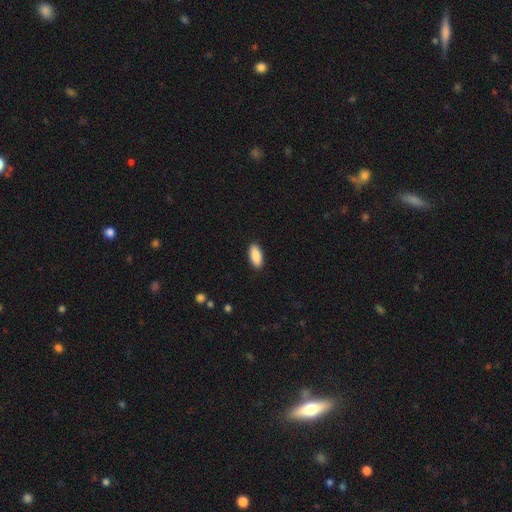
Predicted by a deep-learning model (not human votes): Smooth or featured: smooth — 89% (star or artifact — 6%)
How rounded: in between — 86% (cigar-shaped — 12%)
Merging: none — 91% (minor disturbance — 7%)